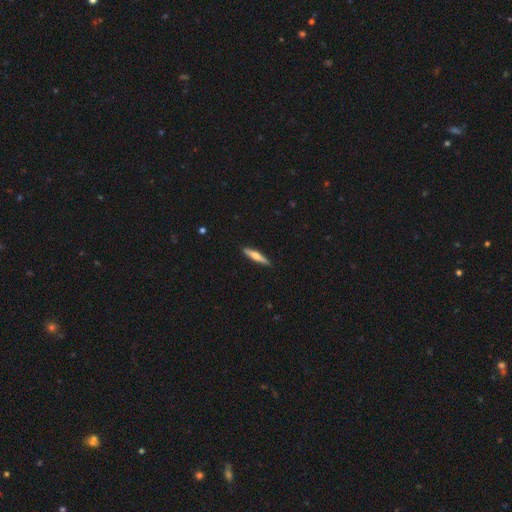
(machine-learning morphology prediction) The model was most divided on "smooth or featured": smooth: 53%, featured or disk: 41%, star or artifact: 6%. More confident: merging — none (89%); how rounded — cigar-shaped (88%).